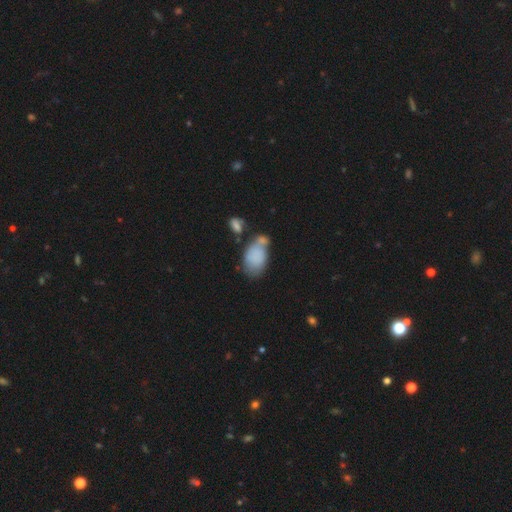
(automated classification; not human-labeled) Morphology: type=smooth (74%); roundness=in between (90%); merging=merger (39%).